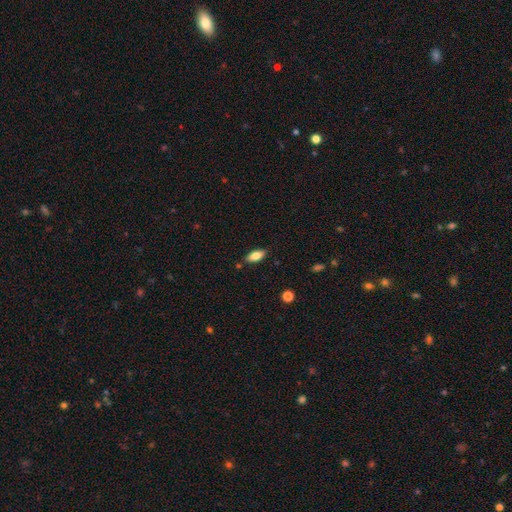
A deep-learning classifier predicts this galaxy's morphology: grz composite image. It shows a smooth galaxy with no disk features (79%) that is in between round and cigar-shaped (83%). Merging: none (84%).